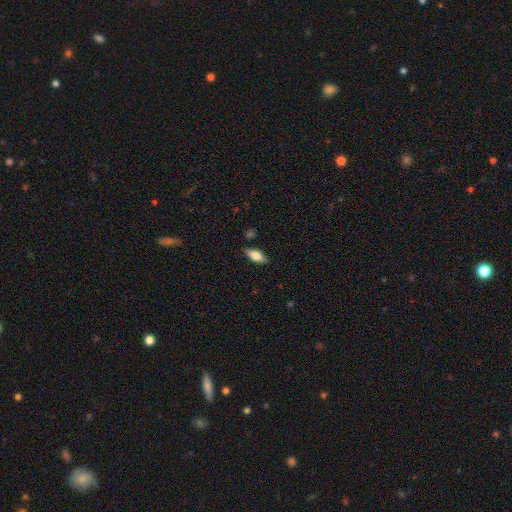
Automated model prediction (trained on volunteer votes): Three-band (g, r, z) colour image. It shows a smooth galaxy with no disk features (65%) that is in between round and cigar-shaped (74%). Merging: none (85%).